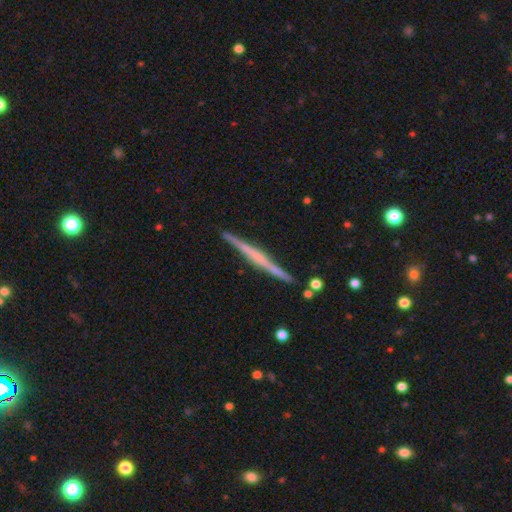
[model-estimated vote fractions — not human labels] Morphology: type=featured or disk (71%); edge-on=yes (98%); edge-on bulge=none (53%); merging=none (90%).